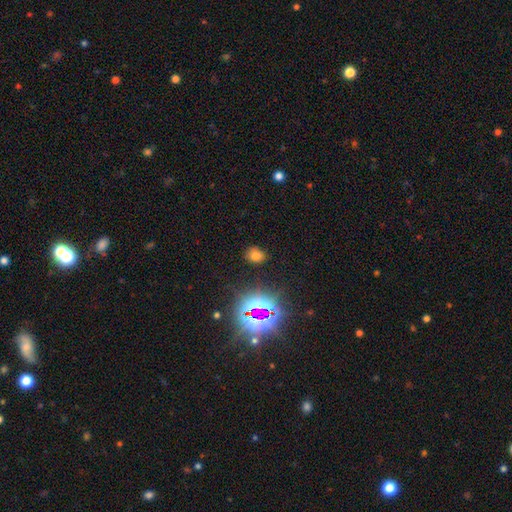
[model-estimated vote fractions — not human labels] Smooth or featured? Predicted: smooth (p=0.63). How rounded? Predicted: in between (p=0.53). Merging? Predicted: none (p=0.81).